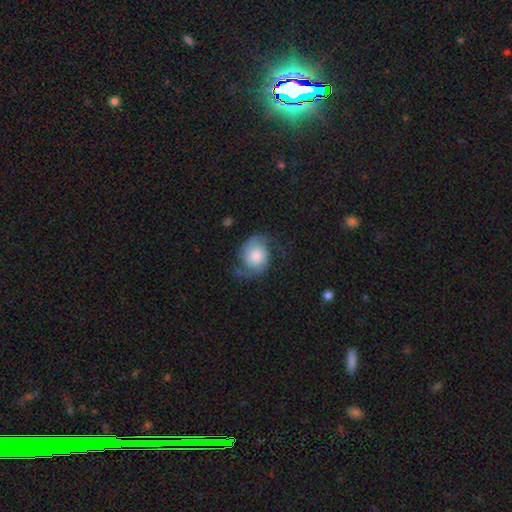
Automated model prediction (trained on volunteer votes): This is likely a featured or disk galaxy (66%). It is clearly not viewed edge-on (98%). Bar: likely no (76%). Spiral arm pattern: clearly yes (92%). Spiral arm count: clearly 2 (89%). Spiral winding: marginally medium (41%). Central bulge: marginally large (36%). Merging: likely none (62%).